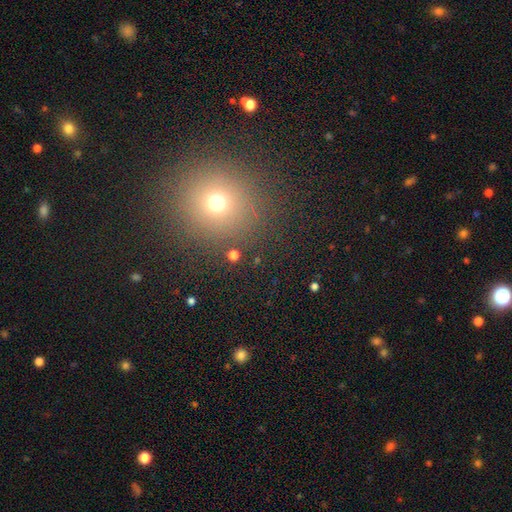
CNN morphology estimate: This is likely a smooth galaxy (60%). How rounded: clearly round (91%). Merging: clearly none (90%).